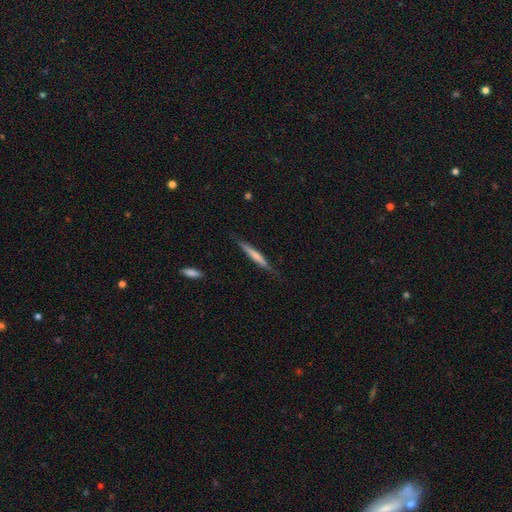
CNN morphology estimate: Smooth or featured?
  - smooth: 59% *
  - featured or disk: 36%
  - star or artifact: 5%
How rounded?
  - cigar-shaped: 94% *
  - in between: 4%
  - round: 1%
Merging?
  - none: 79% *
  - minor disturbance: 17%
  - major disturbance: 3%
  - merger: 2%